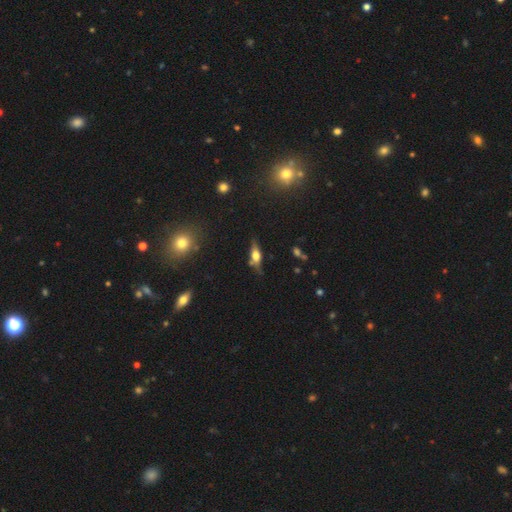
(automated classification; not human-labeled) A featured or disk galaxy (50%) viewed edge-on (87%). Merging: none (68%).